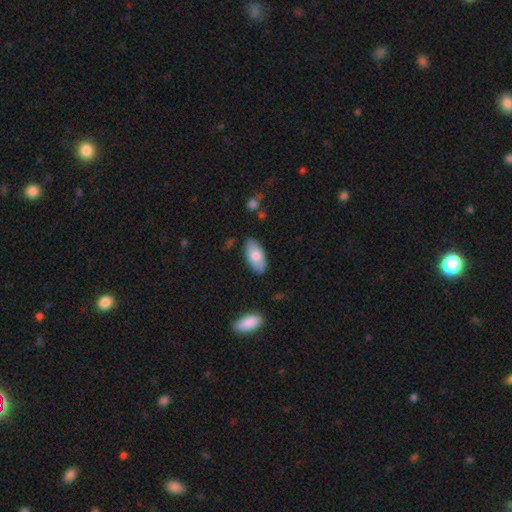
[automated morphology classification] type=smooth (74%); roundness=in between (94%); merging=none (84%).